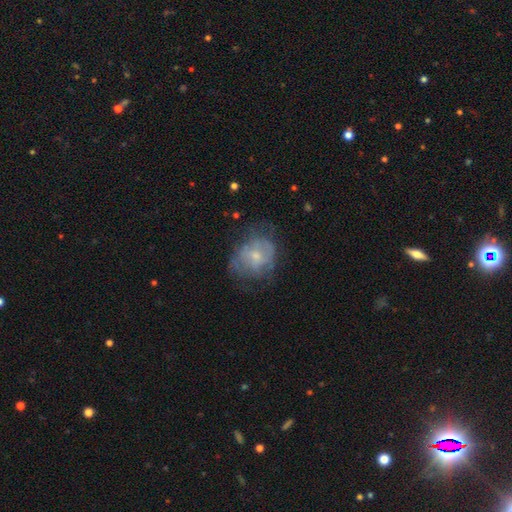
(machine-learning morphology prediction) Smooth or featured? featured or disk (50%)
Edge-on disk? no (97%)
Merging? none (49%)